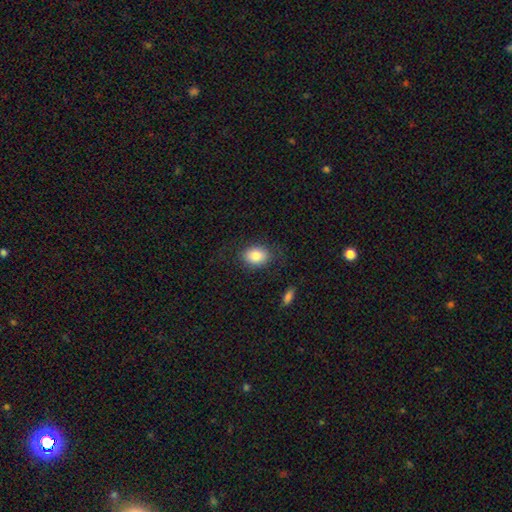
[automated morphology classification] This appears to be a smooth galaxy with no disk features (83%) that is in between round and cigar-shaped (61%). Merging: none (81%).